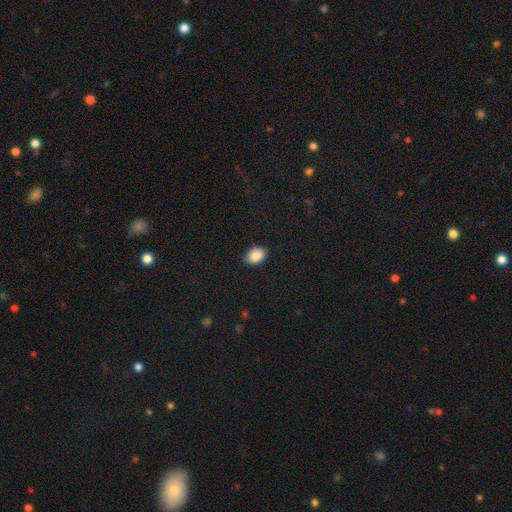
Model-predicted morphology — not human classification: Smooth or featured? Predicted: smooth (p=0.89). How rounded? Predicted: in between (p=0.84). Merging? Predicted: none (p=0.86).